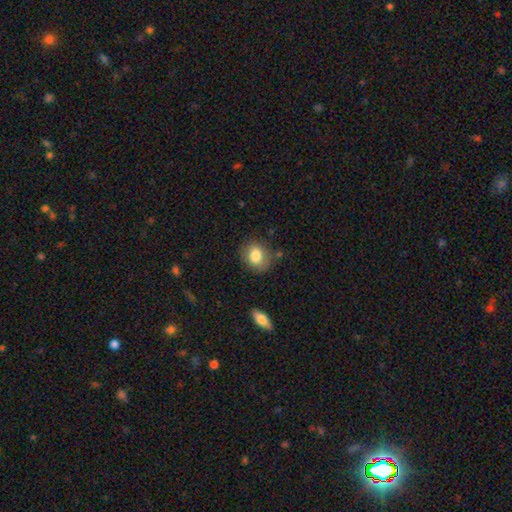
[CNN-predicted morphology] smooth_or_featured: smooth (p=0.82) [alt: featured or disk p=0.10]
how_rounded: round (p=0.57) [alt: in between p=0.42]
merging: none (p=0.77) [alt: minor disturbance p=0.16]